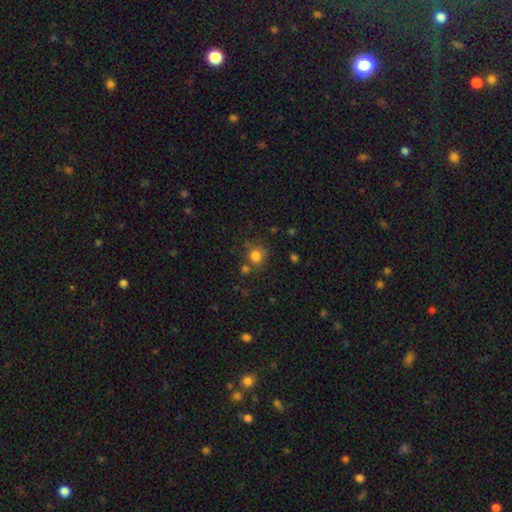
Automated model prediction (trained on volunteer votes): This appears to be a smooth galaxy with no disk features (81%) that is round (86%). Merging: none (68%).